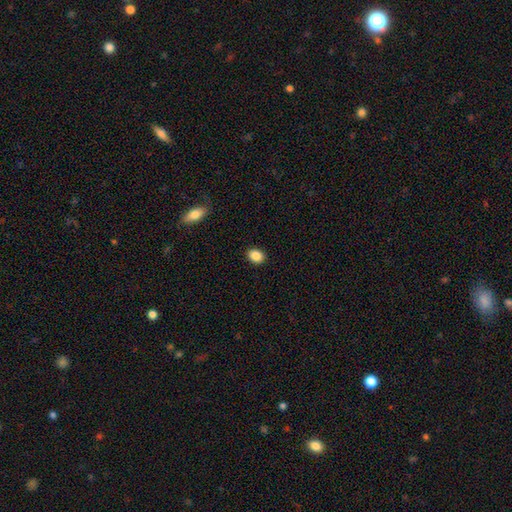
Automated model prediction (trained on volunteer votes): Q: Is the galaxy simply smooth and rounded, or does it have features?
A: smooth — 87%.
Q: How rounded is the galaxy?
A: in between — 63%.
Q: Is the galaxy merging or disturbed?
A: none — 90%.